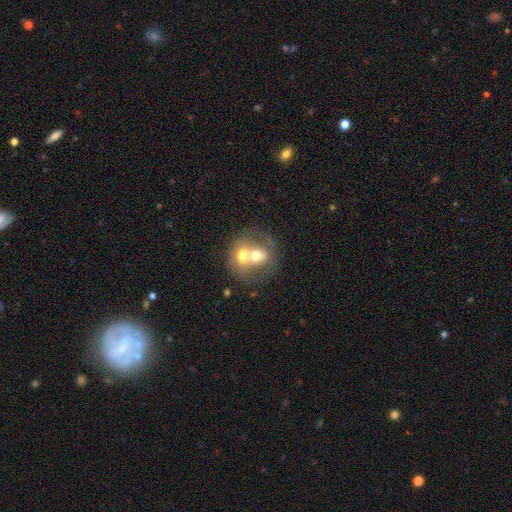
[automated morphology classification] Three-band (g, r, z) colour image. It shows a smooth galaxy with no disk features (55%) that is round (65%). Merging: merger (72%).